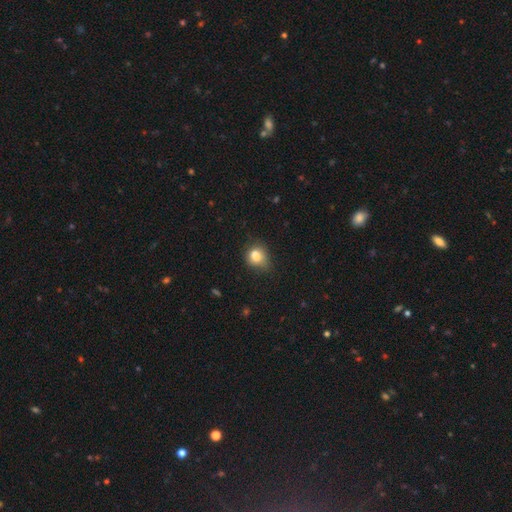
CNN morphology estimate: This appears to be a smooth galaxy with no disk features (79%) that is round (63%). Merging: none (51%).